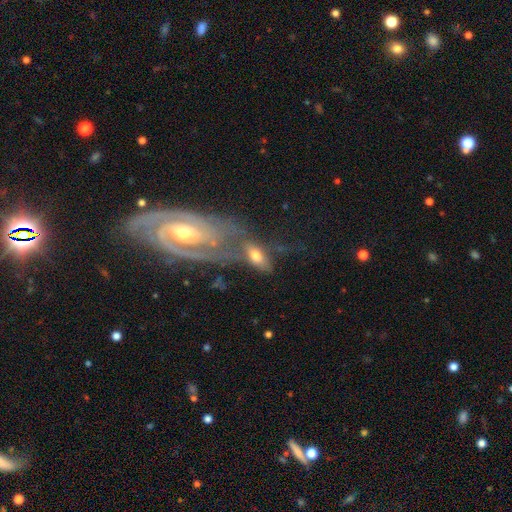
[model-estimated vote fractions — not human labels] Smooth or featured?
  - smooth: 51% *
  - featured or disk: 40%
  - star or artifact: 9%
How rounded?
  - in between: 82% *
  - cigar-shaped: 12%
  - round: 7%
Merging?
  - none: 35% *
  - merger: 28%
  - minor disturbance: 19%
  - major disturbance: 19%